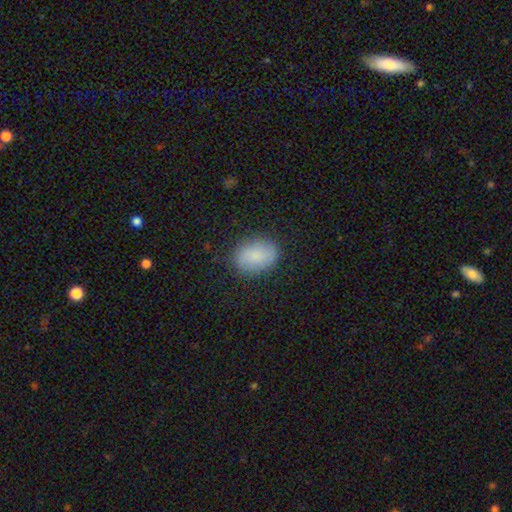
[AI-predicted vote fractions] Q: Smooth or featured?
A: smooth (85%); runner-up: featured or disk (8%)
Q: How rounded?
A: in between (75%); runner-up: round (24%)
Q: Merging?
A: none (85%); runner-up: minor disturbance (11%)